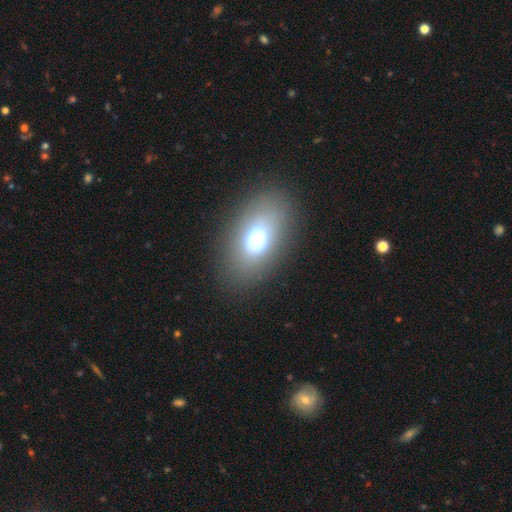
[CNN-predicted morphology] type=smooth (69%); roundness=in between (87%); merging=none (84%).